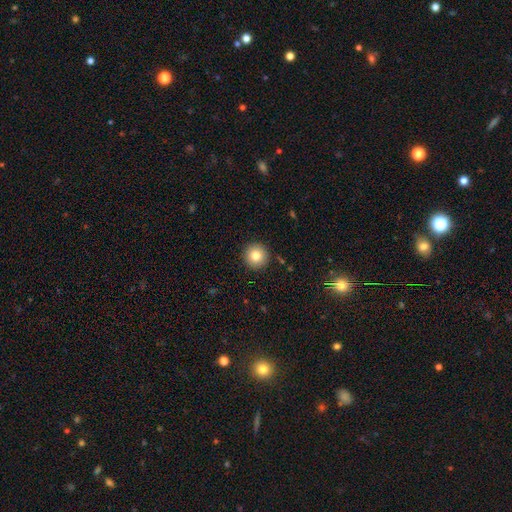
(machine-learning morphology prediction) smooth_or_featured: smooth (p=0.82) [alt: star or artifact p=0.10]
how_rounded: round (p=0.96) [alt: in between p=0.03]
merging: none (p=0.92) [alt: minor disturbance p=0.05]